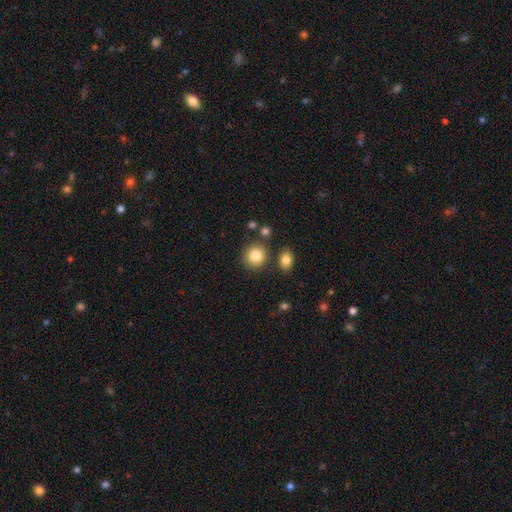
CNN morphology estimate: smooth-or-featured: smooth: 86% | star or artifact: 9% | featured or disk: 6%
  how-rounded: round: 86% | in between: 13% | cigar-shaped: 1%
  merging: none: 81% | minor disturbance: 9% | merger: 7% | major disturbance: 3%